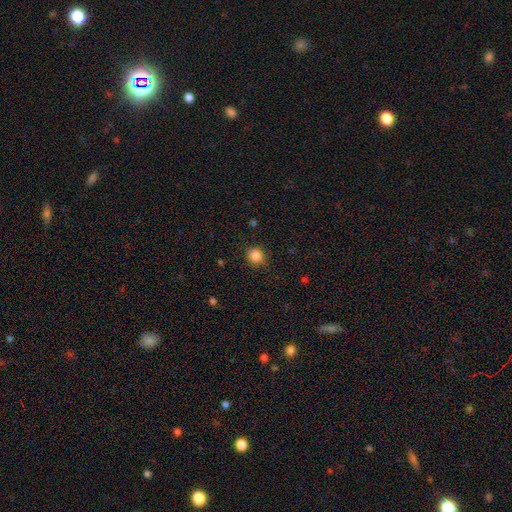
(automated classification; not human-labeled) Q: Smooth or featured?
A: smooth (85%); runner-up: star or artifact (11%)
Q: How rounded?
A: round (80%); runner-up: in between (19%)
Q: Merging?
A: none (87%); runner-up: minor disturbance (9%)